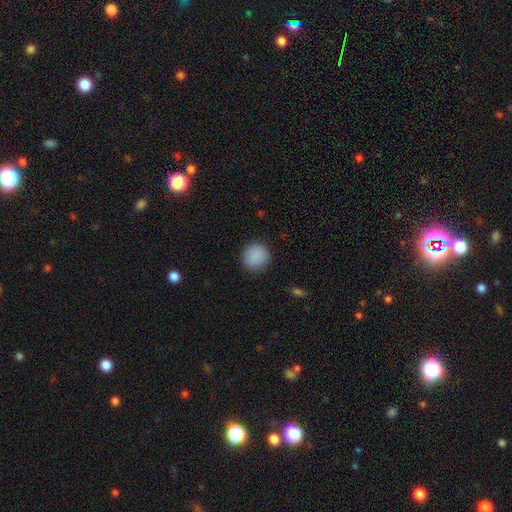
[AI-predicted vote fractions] smooth_or_featured: smooth (p=0.89) [alt: star or artifact p=0.08]
how_rounded: round (p=0.92) [alt: in between p=0.07]
merging: none (p=0.90) [alt: minor disturbance p=0.07]